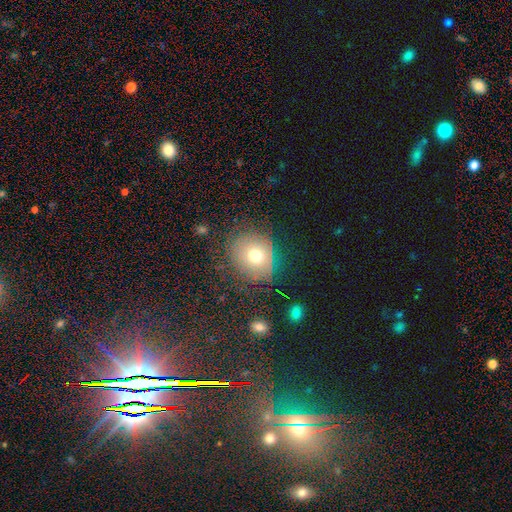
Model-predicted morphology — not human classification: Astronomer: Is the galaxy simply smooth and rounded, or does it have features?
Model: smooth — 69%.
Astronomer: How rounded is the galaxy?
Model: round — 77%.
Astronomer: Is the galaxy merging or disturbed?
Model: none — 78%.